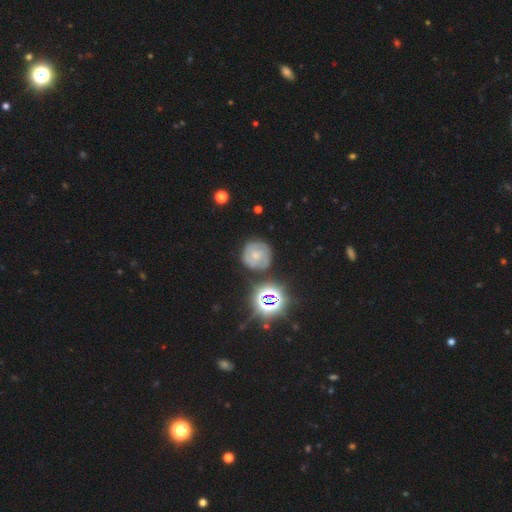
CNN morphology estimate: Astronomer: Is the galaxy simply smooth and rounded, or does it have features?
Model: featured or disk — 62%.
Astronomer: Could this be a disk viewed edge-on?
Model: no — 98%.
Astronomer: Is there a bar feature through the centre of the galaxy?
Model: no — 69%.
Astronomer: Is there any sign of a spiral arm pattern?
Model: yes — 85%.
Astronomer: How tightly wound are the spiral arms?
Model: tight — 60%.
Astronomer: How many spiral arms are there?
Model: can't tell — 30%, tied with 3 at 30%.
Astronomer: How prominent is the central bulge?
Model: small — 56% (runner-up: moderate, 33%).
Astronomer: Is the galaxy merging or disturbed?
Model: none — 72%.